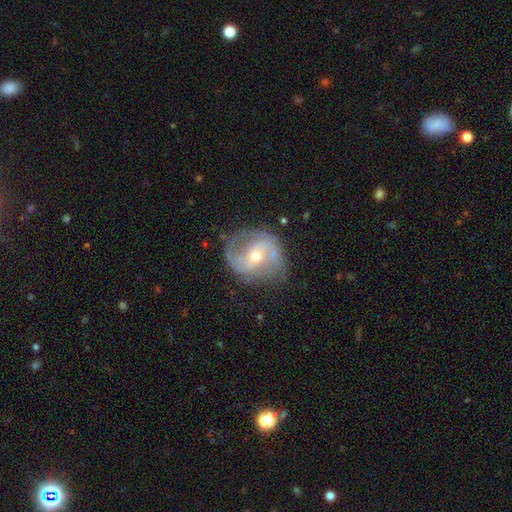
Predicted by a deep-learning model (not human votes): Smooth or featured? Predicted: featured or disk (p=0.81). Edge-on disk? Predicted: no (p=0.97). Bar? Predicted: weak (p=0.40). Spiral arms? Predicted: yes (p=0.90). Spiral winding? Predicted: medium (p=0.46). Spiral arm count? Predicted: 2 (p=0.78). Bulge size? Predicted: small (p=0.52). Merging? Predicted: none (p=0.64).